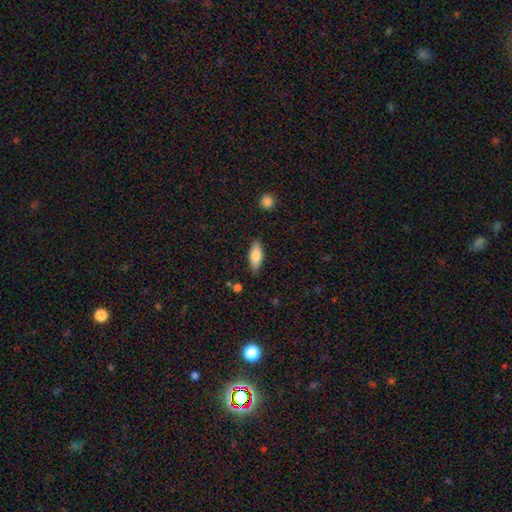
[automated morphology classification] A smooth galaxy with no disk features (75%) that is in between round and cigar-shaped (74%).

Vote fractions:
- Smooth or featured? smooth: 75% / featured or disk: 18% / star or artifact: 7%
- How rounded? in between: 74% / cigar-shaped: 24% / round: 2%
- Merging? none: 84% / minor disturbance: 12% / major disturbance: 2% / merger: 2%